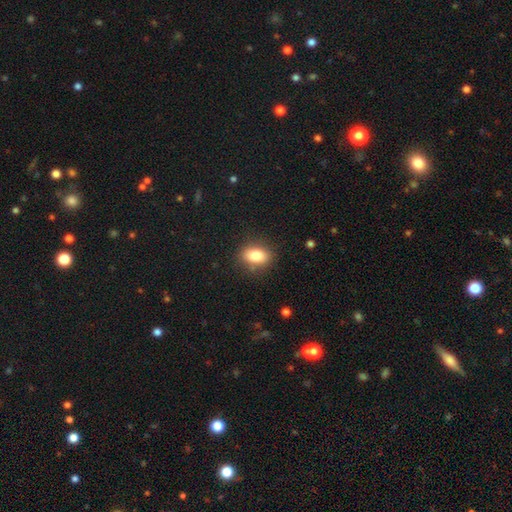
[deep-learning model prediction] smooth-or-featured: smooth: 83% | featured or disk: 9% | star or artifact: 9%
  how-rounded: in between: 78% | round: 20% | cigar-shaped: 2%
  merging: none: 84% | minor disturbance: 11% | major disturbance: 3% | merger: 2%